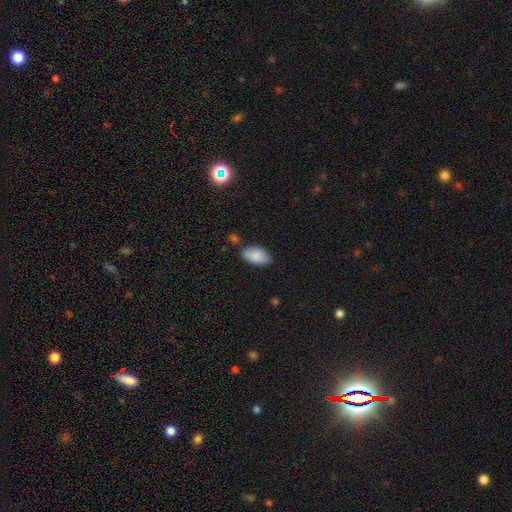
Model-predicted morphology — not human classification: A smooth galaxy with no disk features (86%) that is in between round and cigar-shaped (94%). Merging: none (74%).